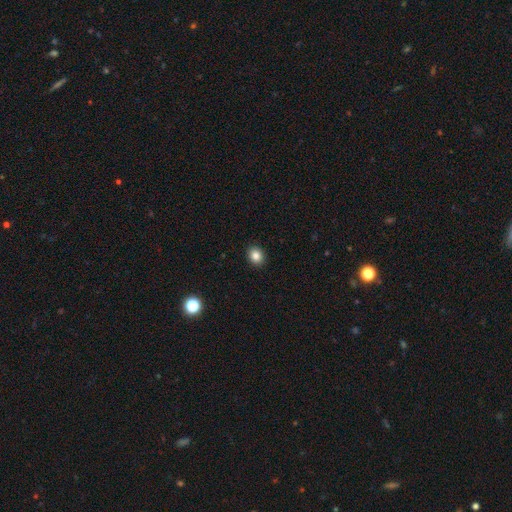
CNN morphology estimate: type=smooth (84%); roundness=round (58%); merging=none (92%).